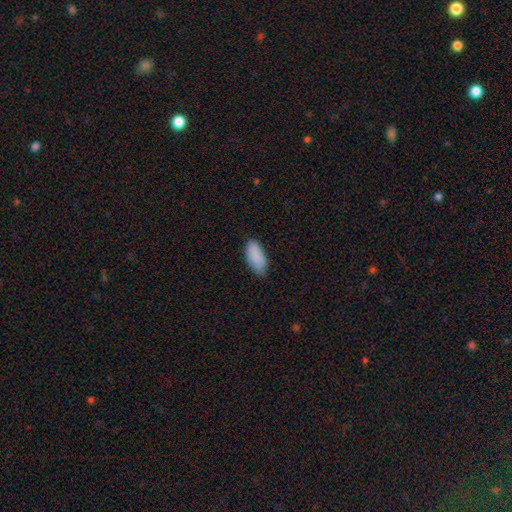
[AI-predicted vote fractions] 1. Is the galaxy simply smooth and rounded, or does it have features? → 88% smooth, 6% star or artifact, 5% featured or disk.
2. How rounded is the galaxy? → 91% in between, 7% cigar-shaped, 2% round.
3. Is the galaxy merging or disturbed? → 71% none, 24% minor disturbance, 4% major disturbance, 1% merger.